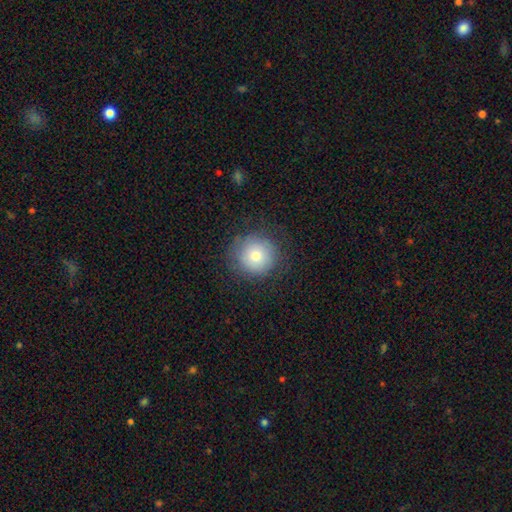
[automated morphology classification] Overall: smooth (76%). How rounded: round (93%). Merging: none (81%).